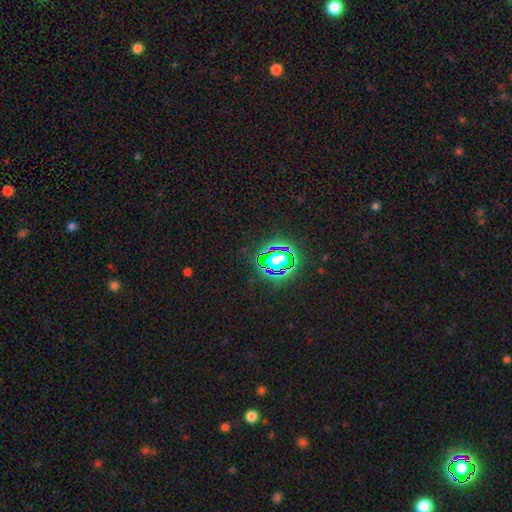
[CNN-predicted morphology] Smooth or featured? star or artifact (80%)